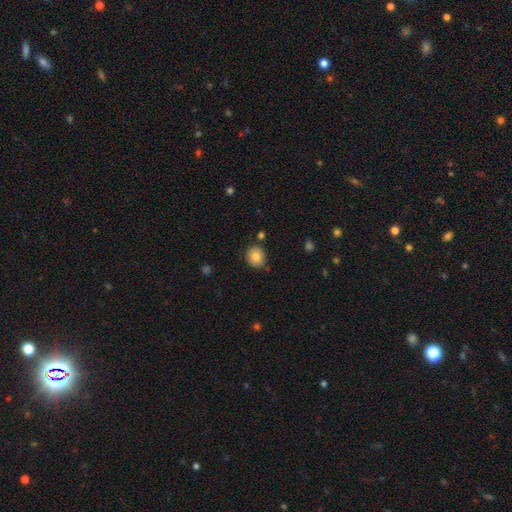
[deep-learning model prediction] Q: Smooth or featured?
A: smooth (81%); runner-up: featured or disk (10%)
Q: How rounded?
A: round (82%); runner-up: in between (18%)
Q: Merging?
A: none (84%); runner-up: minor disturbance (10%)